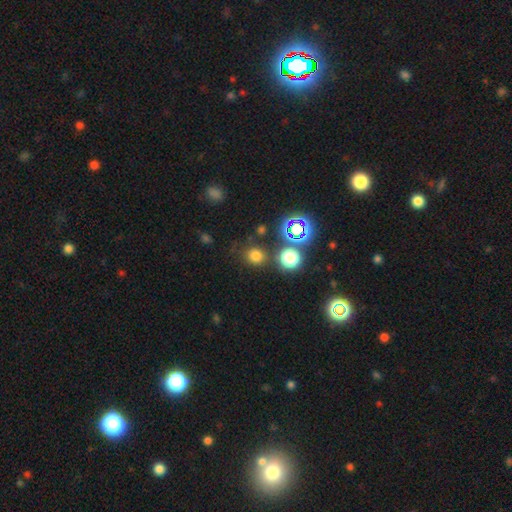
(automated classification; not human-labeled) Smooth or featured?
  - smooth: 70% *
  - star or artifact: 24%
  - featured or disk: 6%
How rounded?
  - round: 86% *
  - in between: 13%
  - cigar-shaped: 1%
Merging?
  - none: 77% *
  - minor disturbance: 10%
  - merger: 8%
  - major disturbance: 4%